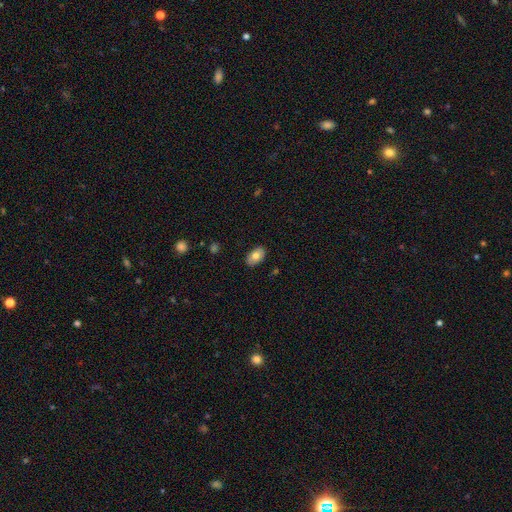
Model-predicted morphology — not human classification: type=smooth (73%); roundness=in between (92%); merging=none (87%).